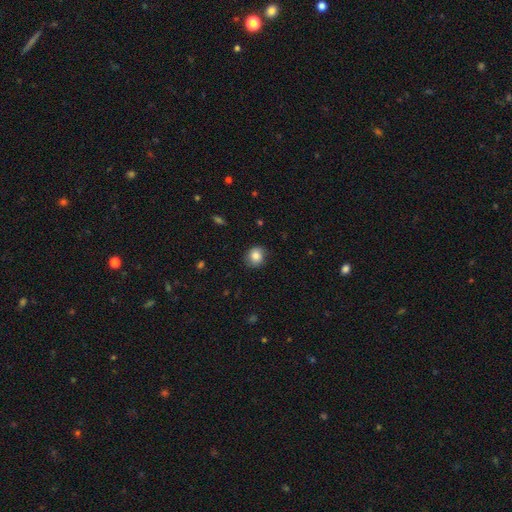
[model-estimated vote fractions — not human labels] smooth 84%, star or artifact 9%, featured or disk 7%. Down the decision tree: how rounded — round (75%); merging — none (81%).